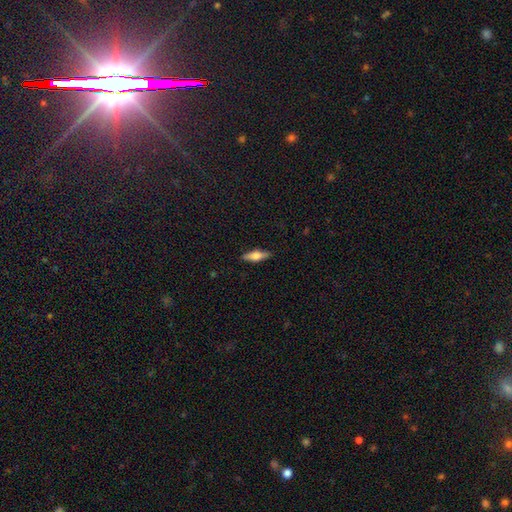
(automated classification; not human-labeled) smooth_or_featured: smooth (p=0.55) [alt: featured or disk p=0.39]
how_rounded: cigar-shaped (p=0.53) [alt: in between p=0.44]
merging: none (p=0.88) [alt: minor disturbance p=0.09]